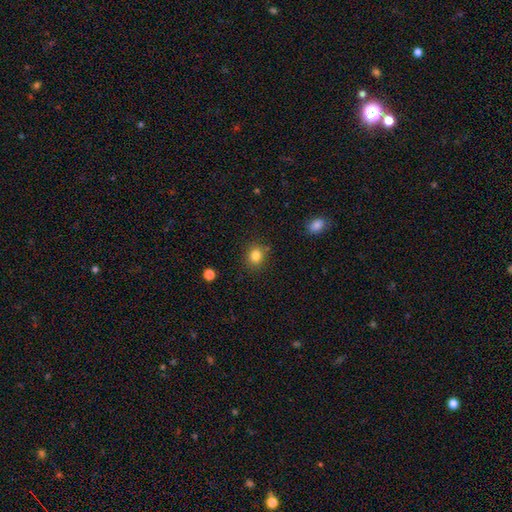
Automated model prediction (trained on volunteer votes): smooth_or_featured: smooth (p=0.83) [alt: star or artifact p=0.11]
how_rounded: round (p=0.75) [alt: in between p=0.24]
merging: none (p=0.85) [alt: minor disturbance p=0.10]